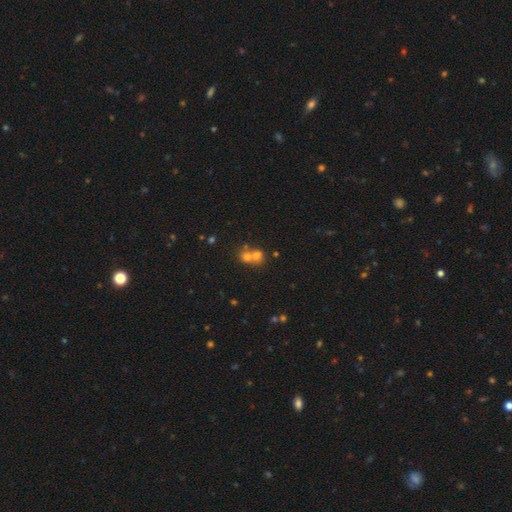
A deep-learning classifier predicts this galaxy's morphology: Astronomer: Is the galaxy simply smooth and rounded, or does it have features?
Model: smooth — 65%.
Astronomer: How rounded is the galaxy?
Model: round — 71%.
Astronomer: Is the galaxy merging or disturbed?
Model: merger — 66%.